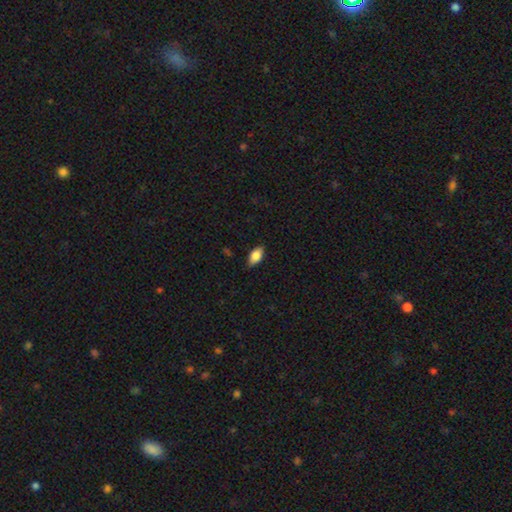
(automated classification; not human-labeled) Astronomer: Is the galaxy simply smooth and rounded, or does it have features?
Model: smooth — 81%.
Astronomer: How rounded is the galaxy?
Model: in between — 90%.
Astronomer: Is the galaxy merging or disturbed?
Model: none — 85%.